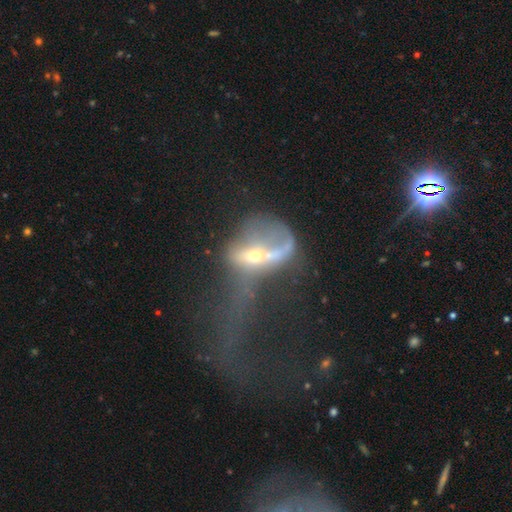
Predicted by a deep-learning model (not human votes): smooth_or_featured: featured or disk (p=0.59) [alt: smooth p=0.29]
disk_edge_on: no (p=0.86) [alt: yes p=0.14]
bar: no (p=0.61) [alt: weak p=0.21]
has_spiral_arms: no (p=0.68) [alt: yes p=0.32]
bulge_size: small (p=0.45) [tied with: moderate p=0.45]
merging: major disturbance (p=0.61) [alt: merger p=0.18]